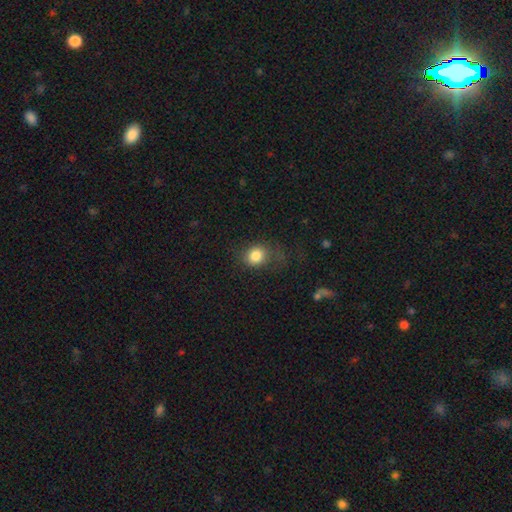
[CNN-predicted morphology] smooth_or_featured: smooth (p=0.83) [alt: star or artifact p=0.10]
how_rounded: round (p=0.67) [alt: in between p=0.32]
merging: none (p=0.58) [alt: minor disturbance p=0.23]